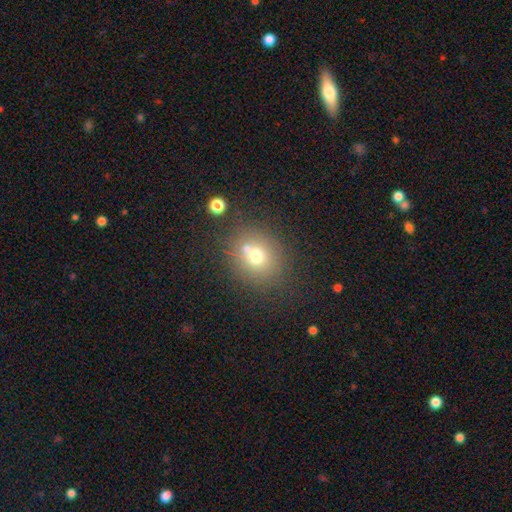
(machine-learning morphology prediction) type=smooth (68%); roundness=round (74%); merging=none (64%).